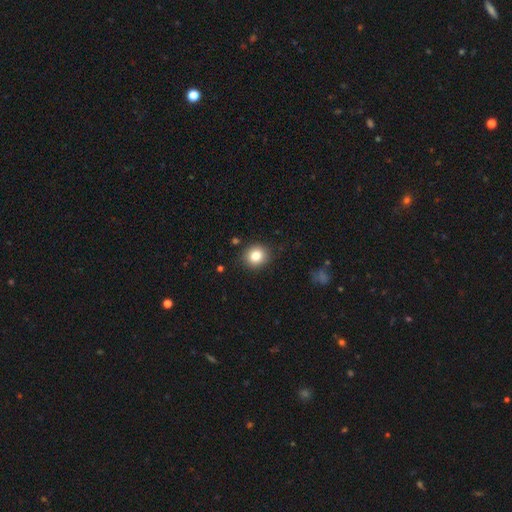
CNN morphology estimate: This is clearly a smooth galaxy (83%). How rounded: clearly round (82%). Merging: clearly none (88%).